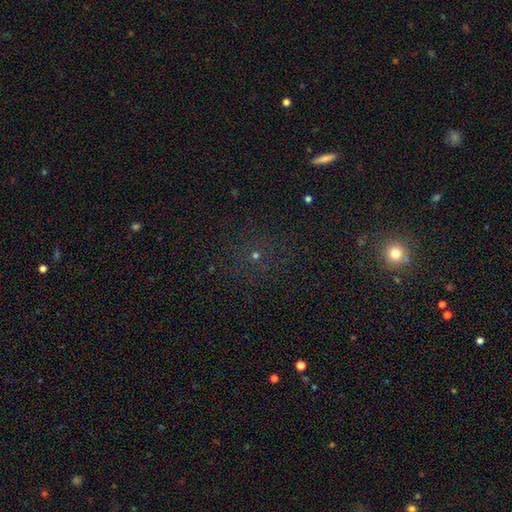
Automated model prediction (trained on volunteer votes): Q: Smooth or featured?
A: star or artifact (48%); runner-up: smooth (40%)